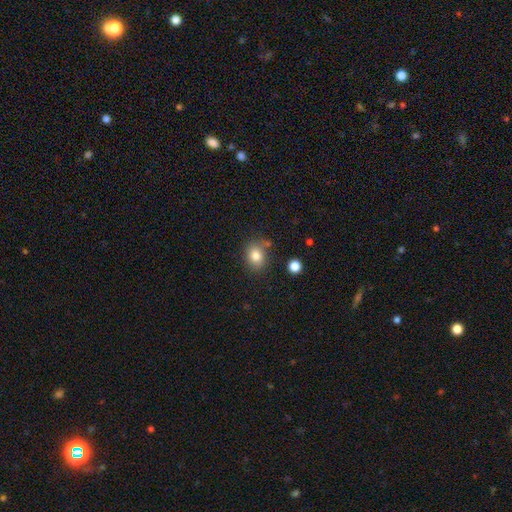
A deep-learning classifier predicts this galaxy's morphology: This appears to be a smooth galaxy with no disk features (81%) that is round (60%). Merging: none (76%).